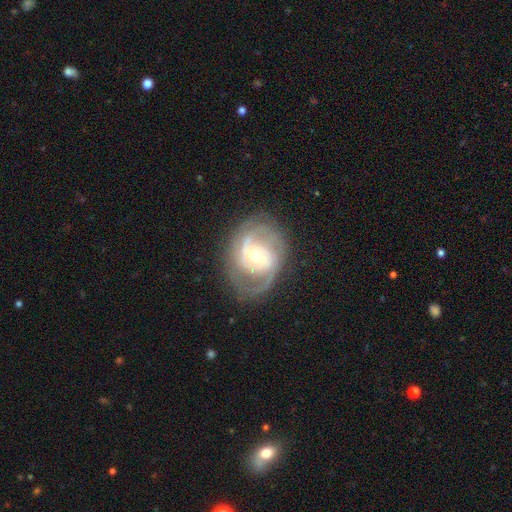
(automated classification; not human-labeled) Overall: featured or disk (85%). Edge-on disk: no (97%). Bar: weak (45%; no 31%). Spiral arms: yes (94%). Spiral arm count: 2 (65%). Spiral winding: medium (48%; tight 35%). Bulge size: moderate (52%; small 42%). Merging: none (74%).